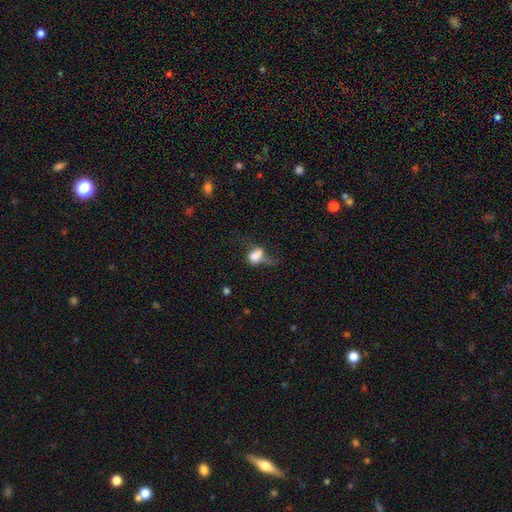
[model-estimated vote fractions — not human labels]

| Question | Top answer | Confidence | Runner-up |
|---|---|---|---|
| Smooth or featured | smooth | 65% | featured or disk (23%) |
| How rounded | in between | 74% | round (23%) |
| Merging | major disturbance | 45% | minor disturbance (20%) |